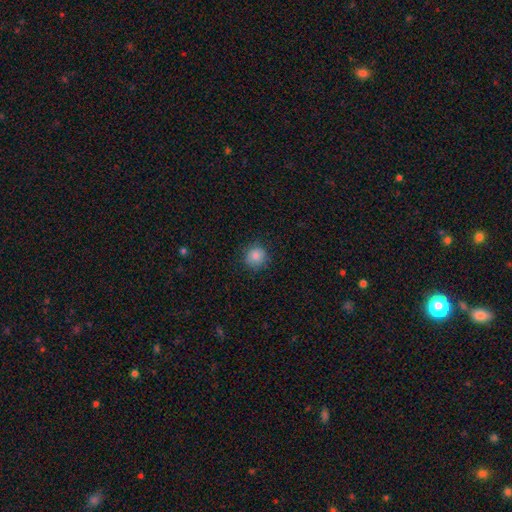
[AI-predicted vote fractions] Smooth or featured?
  - smooth: 85% *
  - star or artifact: 10%
  - featured or disk: 5%
How rounded?
  - round: 90% *
  - in between: 9%
  - cigar-shaped: 1%
Merging?
  - none: 85% *
  - minor disturbance: 11%
  - major disturbance: 3%
  - merger: 1%